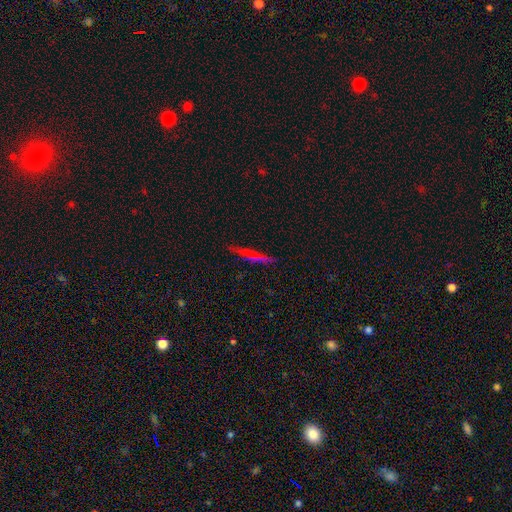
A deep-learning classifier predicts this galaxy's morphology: The model was most divided on "smooth or featured": smooth: 45%, star or artifact: 31%, featured or disk: 24%. More confident: merging — none (86%).